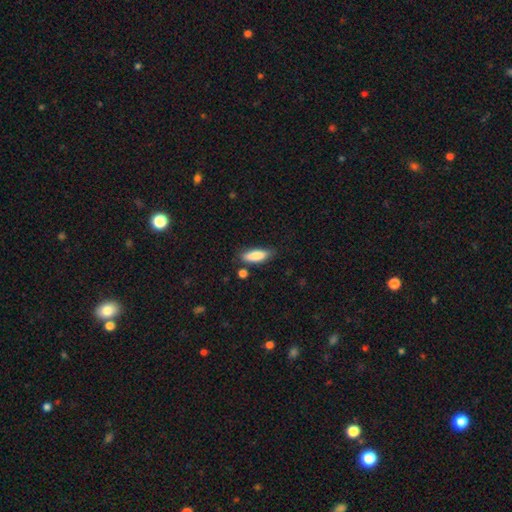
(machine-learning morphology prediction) smooth 85%, featured or disk 8%, star or artifact 6%. Down the decision tree: how rounded — in between (63%); merging — none (77%).